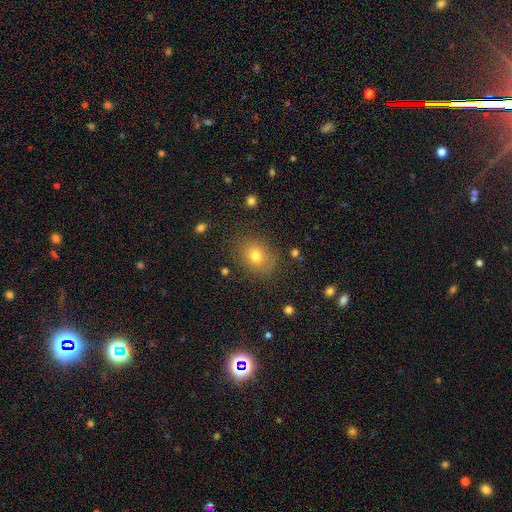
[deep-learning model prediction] smooth-or-featured: smooth: 75% | star or artifact: 14% | featured or disk: 12%
  how-rounded: round: 50% | in between: 49% | cigar-shaped: 1%
  merging: none: 81% | minor disturbance: 13% | major disturbance: 4% | merger: 2%